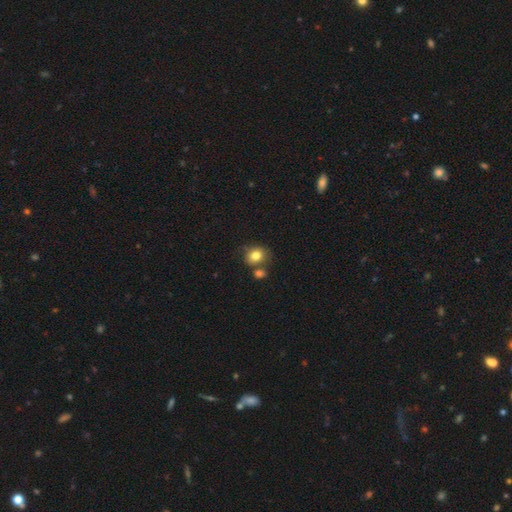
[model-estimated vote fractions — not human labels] A smooth galaxy with no disk features (80%) that is round (63%).

Vote fractions:
- Smooth or featured? smooth: 80% / star or artifact: 10% / featured or disk: 10%
- How rounded? round: 63% / in between: 36% / cigar-shaped: 1%
- Merging? none: 57% / merger: 22% / minor disturbance: 16% / major disturbance: 5%